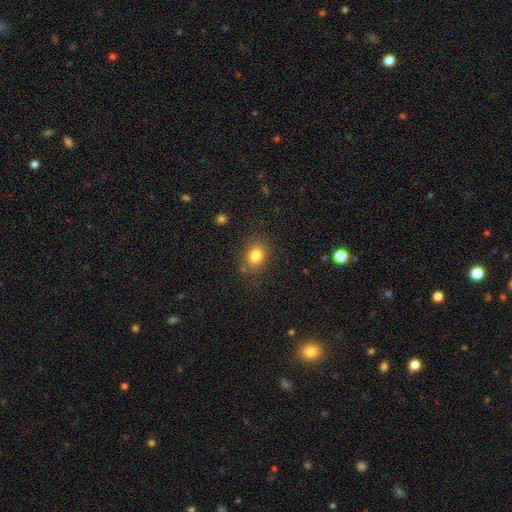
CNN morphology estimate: Smooth or featured? Predicted: smooth (p=0.82). How rounded? Predicted: round (p=0.52). Merging? Predicted: none (p=0.80).